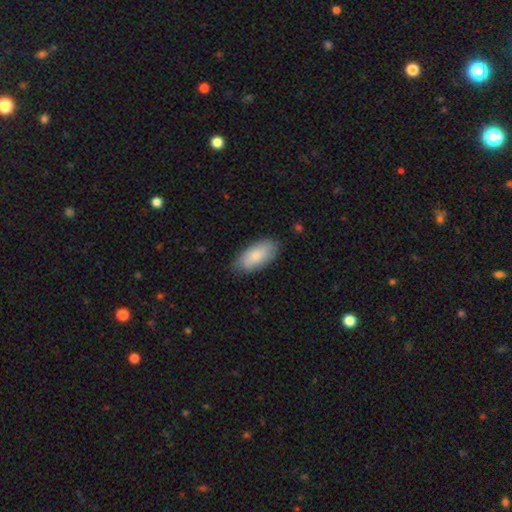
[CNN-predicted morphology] This appears to be a smooth galaxy with no disk features (81%) that is in between round and cigar-shaped (92%). Merging: none (77%).